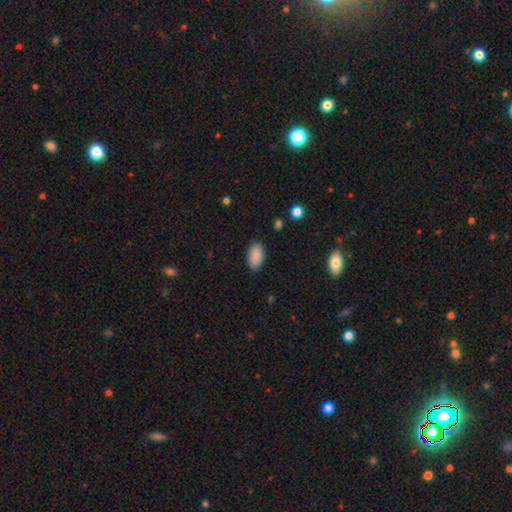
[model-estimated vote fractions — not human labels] A smooth galaxy with no disk features (89%) that is in between round and cigar-shaped (94%). Merging: none (86%).